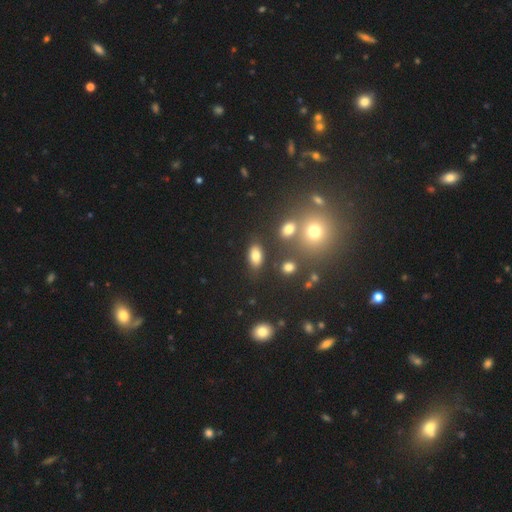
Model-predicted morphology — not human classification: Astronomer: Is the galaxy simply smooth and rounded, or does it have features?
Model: smooth — 80%.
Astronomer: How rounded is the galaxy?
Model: in between — 89%.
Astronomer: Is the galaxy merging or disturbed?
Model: none — 79%.